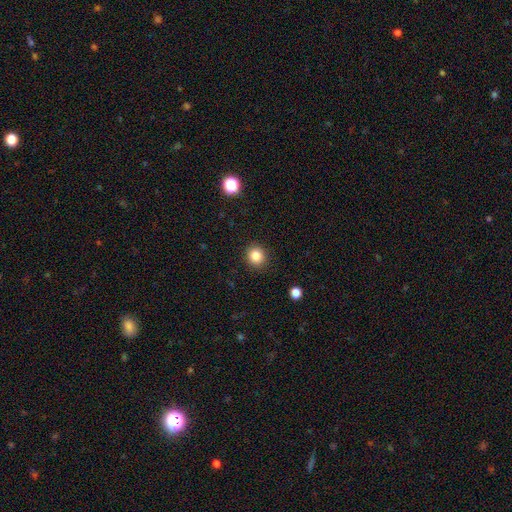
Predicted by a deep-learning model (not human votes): This is clearly a smooth galaxy (85%). How rounded: clearly round (88%). Merging: clearly none (91%).